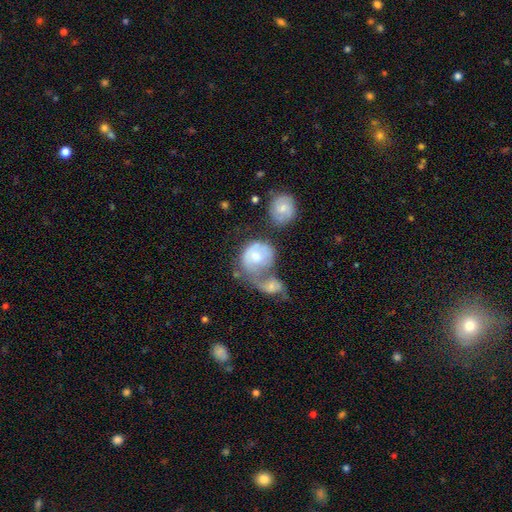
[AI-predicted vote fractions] This appears to be a smooth galaxy with no disk features (52%) that is round (70%). Merging: merger (59%).